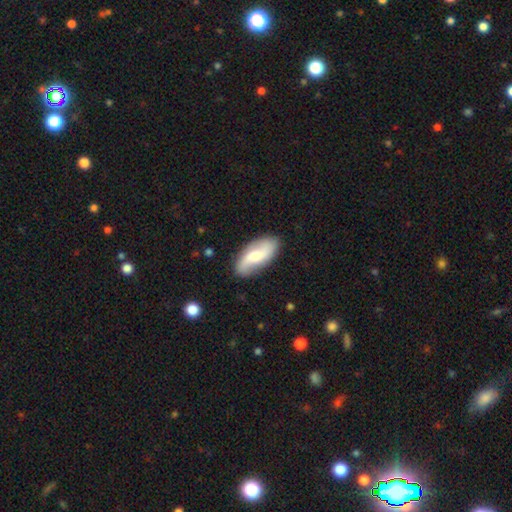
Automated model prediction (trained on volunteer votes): smooth_or_featured: featured or disk (p=0.56) [alt: smooth p=0.38]
disk_edge_on: no (p=0.92) [alt: yes p=0.08]
bar: weak (p=0.45) [alt: no p=0.41]
has_spiral_arms: yes (p=0.89) [alt: no p=0.11]
bulge_size: moderate (p=0.49) [alt: small p=0.34]
merging: none (p=0.84) [alt: minor disturbance p=0.11]